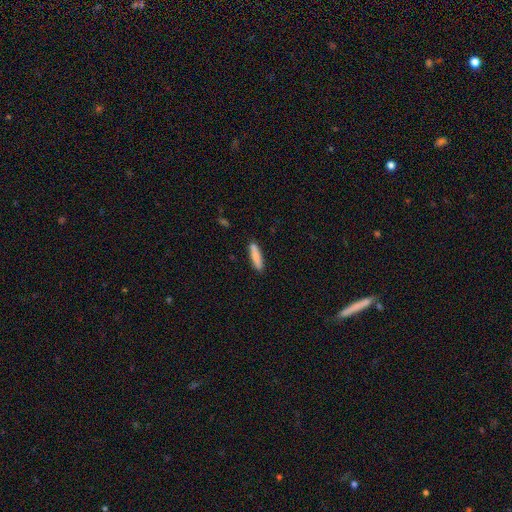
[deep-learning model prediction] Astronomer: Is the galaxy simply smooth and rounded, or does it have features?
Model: smooth — 85%.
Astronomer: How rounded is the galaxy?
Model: cigar-shaped — 83%.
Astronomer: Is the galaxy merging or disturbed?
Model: none — 88%.